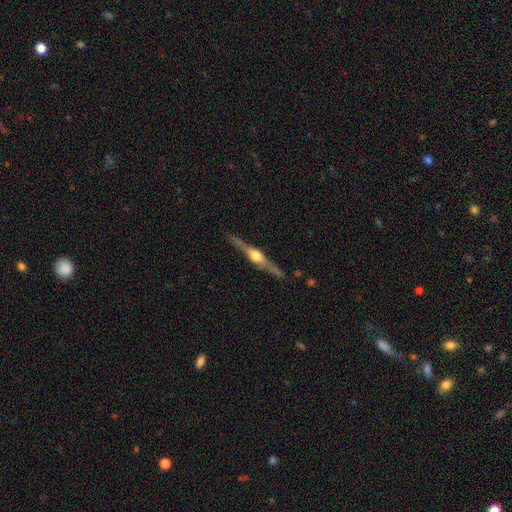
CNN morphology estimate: Smooth or featured: featured or disk — 84% (smooth — 11%)
Edge-on disk: yes — 98% (no — 2%)
Edge-on bulge: rounded — 93% (boxy — 5%)
Merging: none — 89% (minor disturbance — 8%)